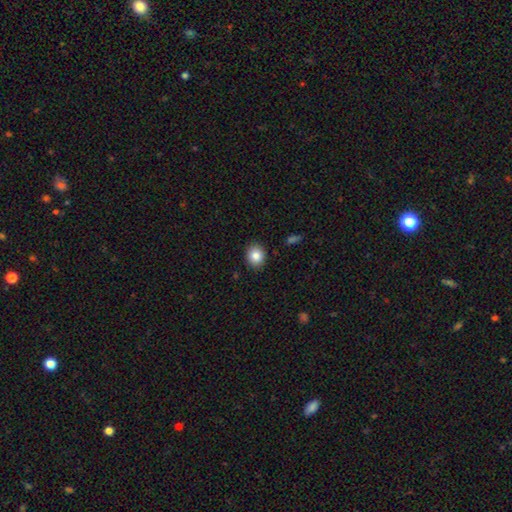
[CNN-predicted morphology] A smooth galaxy with no disk features (84%) that is round (65%).

Vote fractions:
- Smooth or featured? smooth: 84% / star or artifact: 9% / featured or disk: 7%
- How rounded? round: 65% / in between: 34% / cigar-shaped: 1%
- Merging? none: 90% / minor disturbance: 7% / major disturbance: 2% / merger: 1%